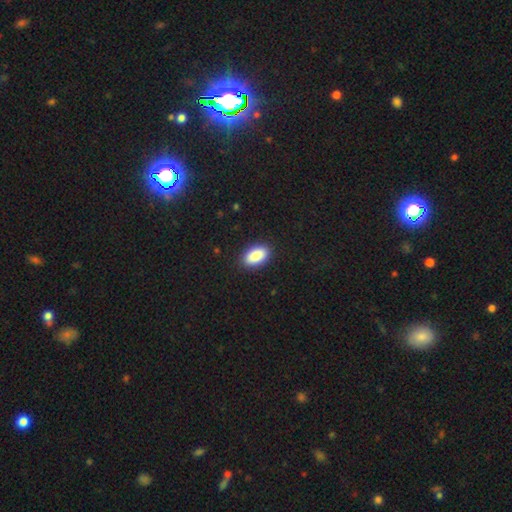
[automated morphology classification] Smooth or featured? smooth (88%)
How rounded? in between (94%)
Merging? none (89%)